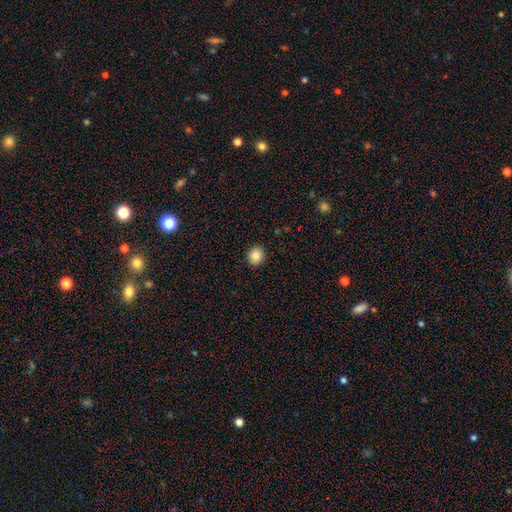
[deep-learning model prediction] Smooth or featured? Predicted: smooth (p=0.87). How rounded? Predicted: round (p=0.80). Merging? Predicted: none (p=0.91).